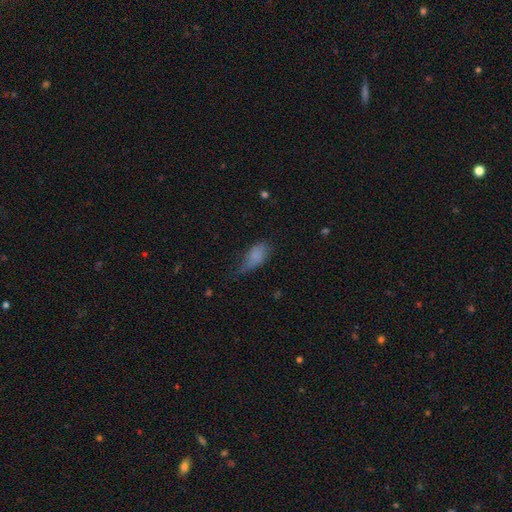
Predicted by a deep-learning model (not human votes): Smooth or featured? Predicted: smooth (p=0.78). How rounded? Predicted: in between (p=0.88). Merging? Predicted: minor disturbance (p=0.42).